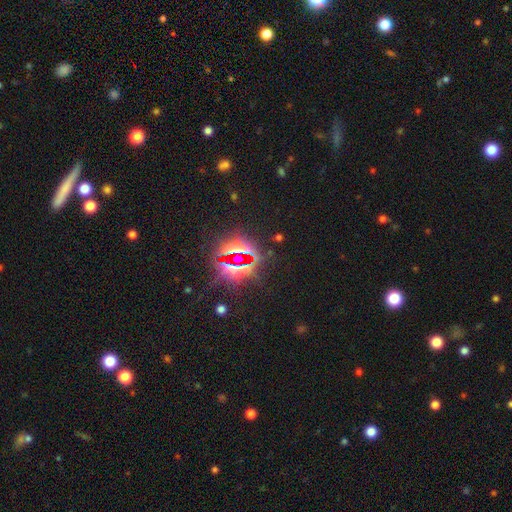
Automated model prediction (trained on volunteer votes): star or artifact 81%, smooth 11%, featured or disk 8%.